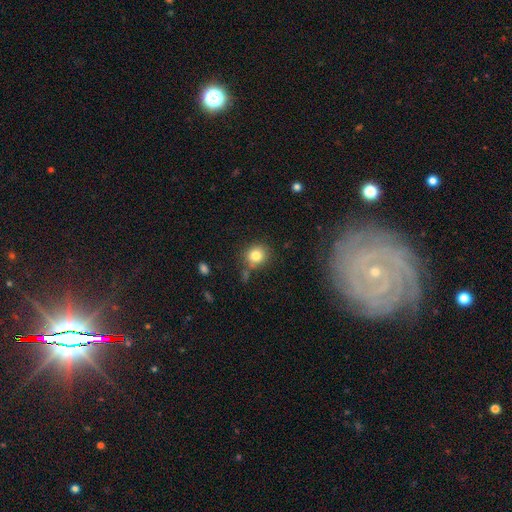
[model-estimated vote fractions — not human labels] Morphology: type=smooth (81%); roundness=round (83%); merging=none (71%).